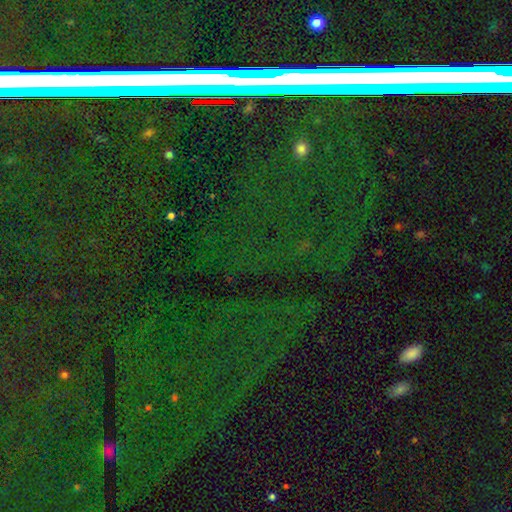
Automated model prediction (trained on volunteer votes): This appears to be a star or artifact, not a galaxy (80%).